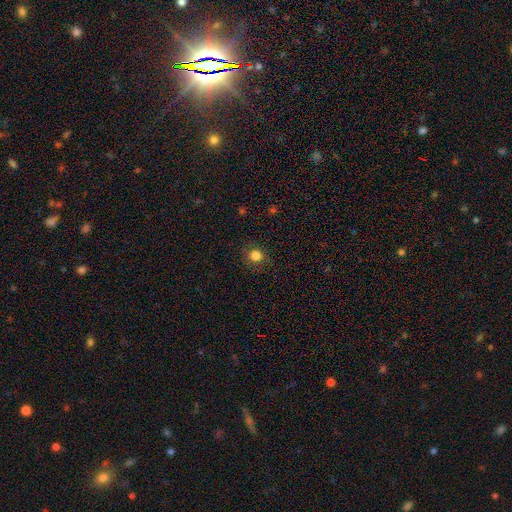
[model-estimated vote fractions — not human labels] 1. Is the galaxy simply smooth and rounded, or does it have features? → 82% smooth, 13% star or artifact, 5% featured or disk.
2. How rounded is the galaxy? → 88% round, 11% in between, 1% cigar-shaped.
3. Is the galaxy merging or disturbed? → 87% none, 9% minor disturbance, 3% major disturbance, 1% merger.